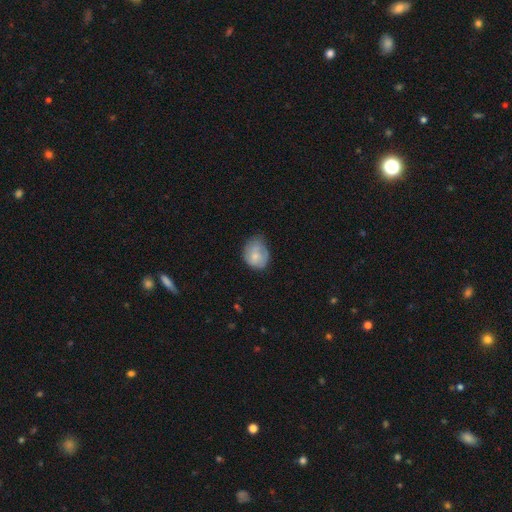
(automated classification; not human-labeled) smooth-or-featured: smooth: 69% | featured or disk: 24% | star or artifact: 7%
  how-rounded: round: 51% | in between: 48% | cigar-shaped: 1%
  merging: none: 48% | minor disturbance: 38% | major disturbance: 12% | merger: 2%